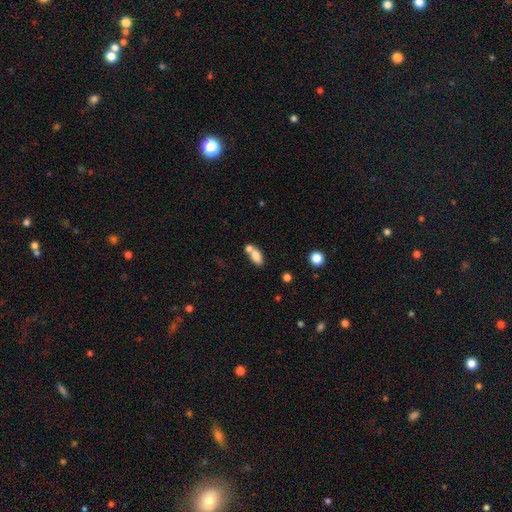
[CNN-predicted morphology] type=smooth (79%); roundness=in between (87%); merging=merger (46%).